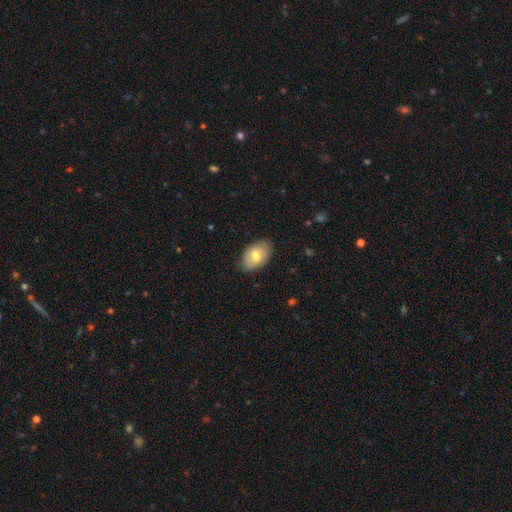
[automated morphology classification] This is likely a smooth galaxy (69%). How rounded: clearly in between (92%). Merging: likely none (79%).